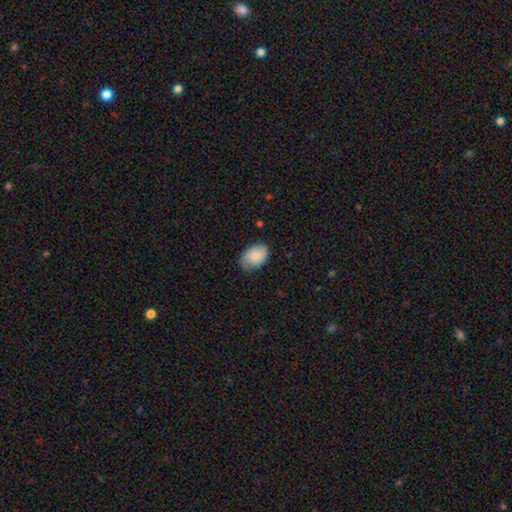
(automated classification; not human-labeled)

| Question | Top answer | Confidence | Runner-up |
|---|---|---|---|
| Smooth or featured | smooth | 74% | featured or disk (19%) |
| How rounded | in between | 83% | round (15%) |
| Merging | none | 62% | minor disturbance (30%) |